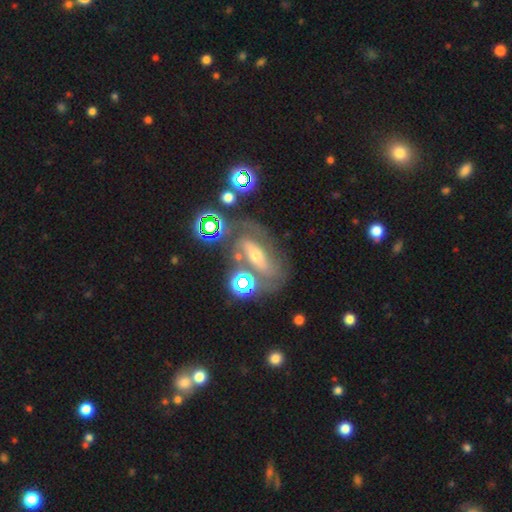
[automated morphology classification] Smooth or featured? Predicted: featured or disk (p=0.58). Edge-on disk? Predicted: no (p=0.85). Merging? Predicted: none (p=0.56).